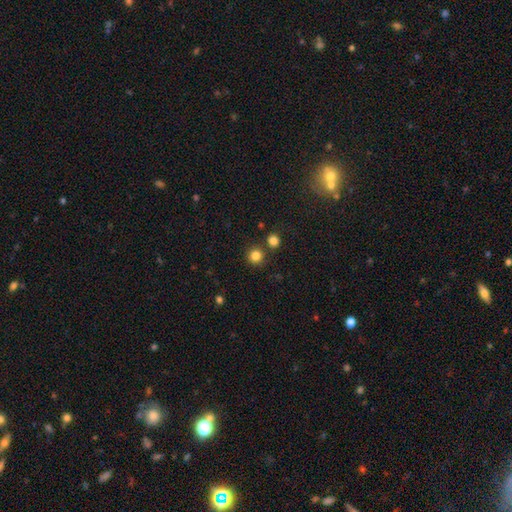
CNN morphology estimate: smooth_or_featured: smooth (p=0.83) [alt: star or artifact p=0.13]
how_rounded: round (p=0.92) [alt: in between p=0.07]
merging: none (p=0.82) [alt: merger p=0.09]